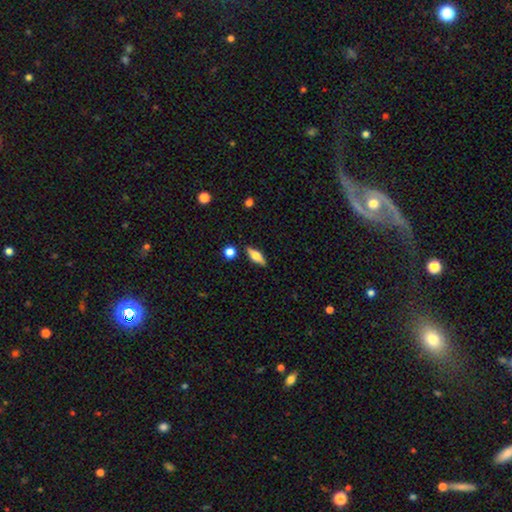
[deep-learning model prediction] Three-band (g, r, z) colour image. It shows a featured or disk galaxy (51%) viewed edge-on (93%). Merging: none (86%).